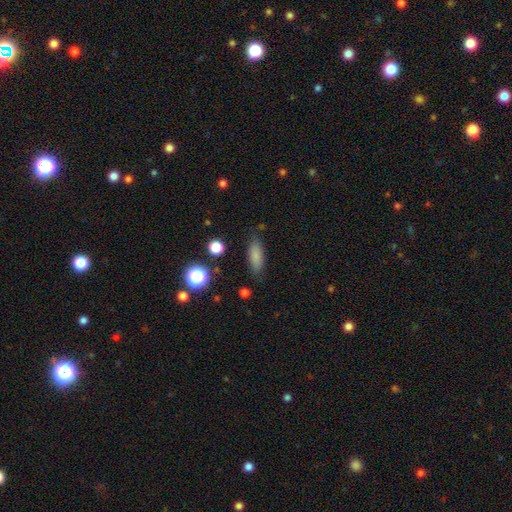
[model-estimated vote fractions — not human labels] Smooth or featured? smooth (80%)
How rounded? in between (59%)
Merging? none (82%)